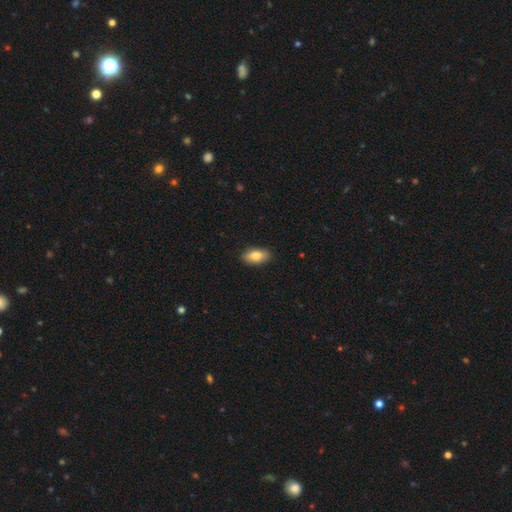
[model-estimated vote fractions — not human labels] Smooth or featured? smooth (80%)
How rounded? in between (91%)
Merging? none (88%)